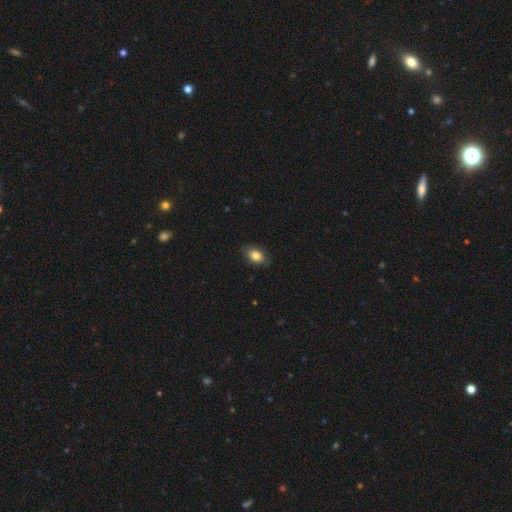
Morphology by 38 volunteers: Smooth or featured?
  - smooth: 89% *
  - featured or disk: 8%
  - star or artifact: 3%
How rounded?
  - in between: 88% *
  - round: 9%
  - cigar-shaped: 3%
Merging?
  - none: 97% *
  - minor disturbance: 3%
  - major disturbance: 0%
  - merger: 0%